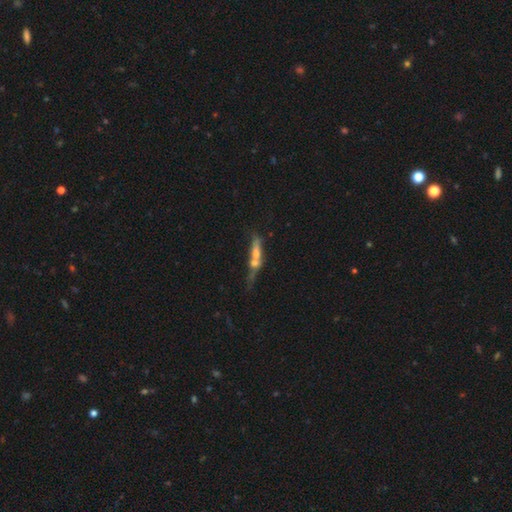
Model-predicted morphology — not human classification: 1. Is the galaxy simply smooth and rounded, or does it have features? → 47% featured or disk, 42% smooth, 11% star or artifact.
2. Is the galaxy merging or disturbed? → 50% merger, 26% none, 12% minor disturbance, 12% major disturbance.